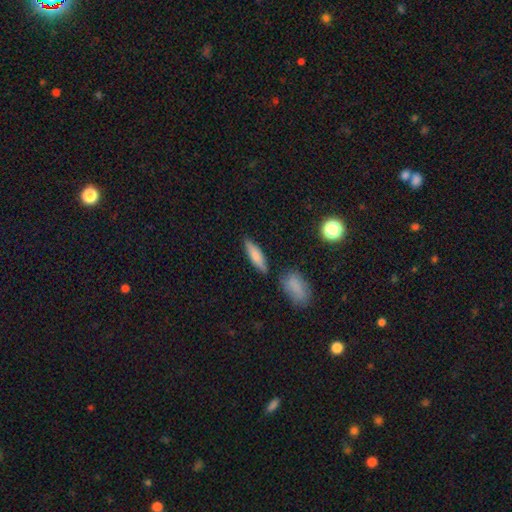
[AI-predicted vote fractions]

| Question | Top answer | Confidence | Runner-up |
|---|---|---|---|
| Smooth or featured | smooth | 73% | featured or disk (20%) |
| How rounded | cigar-shaped | 62% | in between (35%) |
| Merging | none | 76% | minor disturbance (13%) |